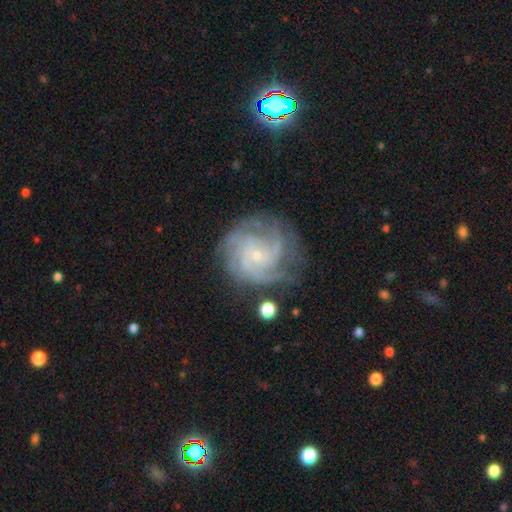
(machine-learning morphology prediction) Smooth or featured: featured or disk — 83% (smooth — 10%)
Edge-on disk: no — 98% (yes — 2%)
Bar: no — 73% (weak — 23%)
Spiral arms: yes — 95% (no — 5%)
Spiral winding: tight — 61% (medium — 32%)
Spiral arm count: 4 — 26% (can't tell — 25%)
Bulge size: small — 83% (moderate — 12%)
Merging: none — 70% (minor disturbance — 18%)